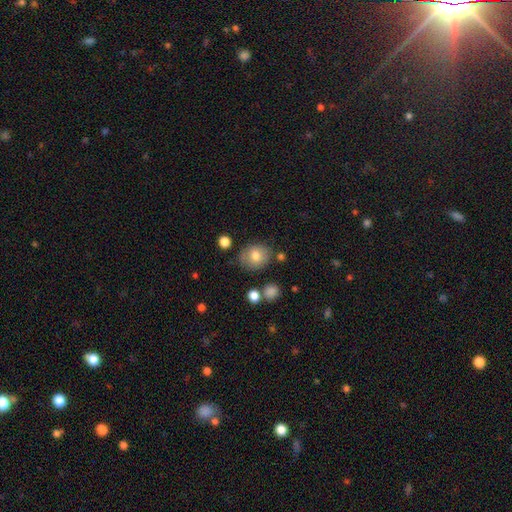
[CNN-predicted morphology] The model was most divided on "how rounded": round: 59%, in between: 40%, cigar-shaped: 1%. More confident: smooth or featured — smooth (77%); merging — none (77%).